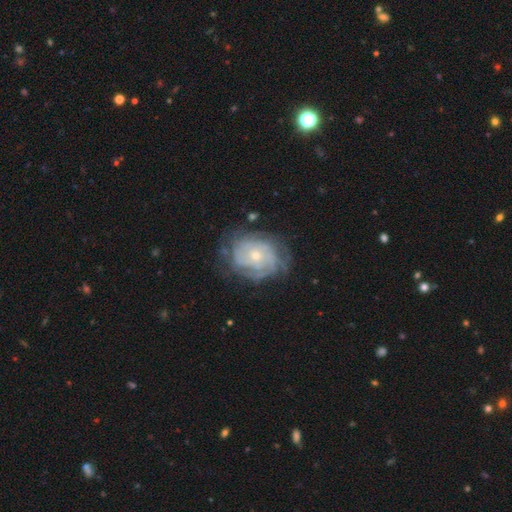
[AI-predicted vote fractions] Q: Smooth or featured?
A: featured or disk (77%); runner-up: smooth (16%)
Q: Edge-on disk?
A: no (97%); runner-up: yes (3%)
Q: Bar?
A: no (80%); runner-up: weak (17%)
Q: Spiral arms?
A: yes (87%); runner-up: no (13%)
Q: Spiral winding?
A: tight (70%); runner-up: medium (23%)
Q: Spiral arm count?
A: can't tell (51%); runner-up: 4 (12%)
Q: Bulge size?
A: small (64%); runner-up: moderate (32%)
Q: Merging?
A: none (67%); runner-up: minor disturbance (20%)